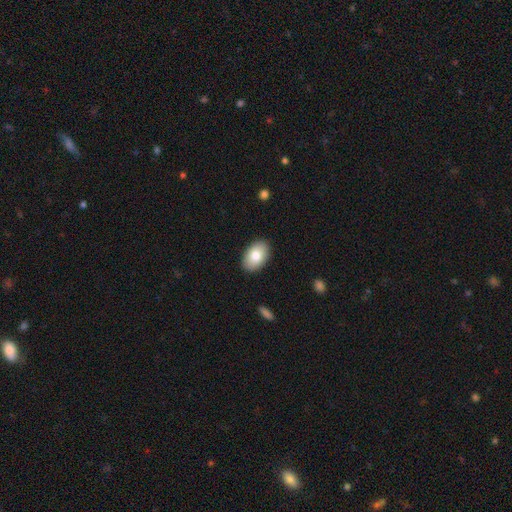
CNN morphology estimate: smooth 81%, featured or disk 13%, star or artifact 6%. Down the decision tree: how rounded — in between (92%); merging — none (89%).